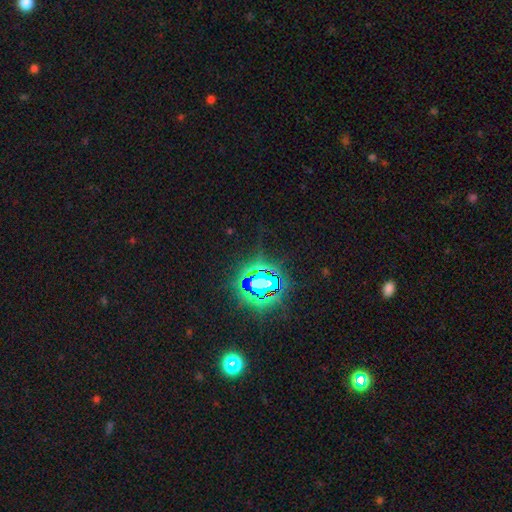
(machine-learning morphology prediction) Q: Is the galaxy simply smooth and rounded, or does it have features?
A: star or artifact — 83%.